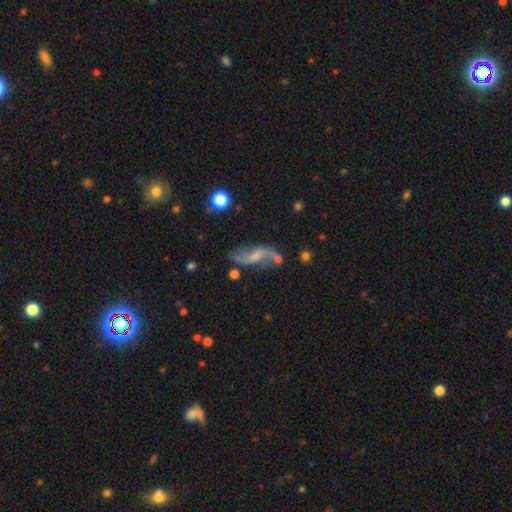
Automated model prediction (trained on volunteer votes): The model was most divided on "bulge size": none: 41%, small: 35%, moderate: 19%, large: 3%, dominant: 1%. Remaining: edge-on disk — no (94%); spiral arms — yes (93%); spiral arm count — 2 (92%); spiral winding — loose (87%); smooth or featured — featured or disk (78%); merging — none (64%); bar — weak (47%).